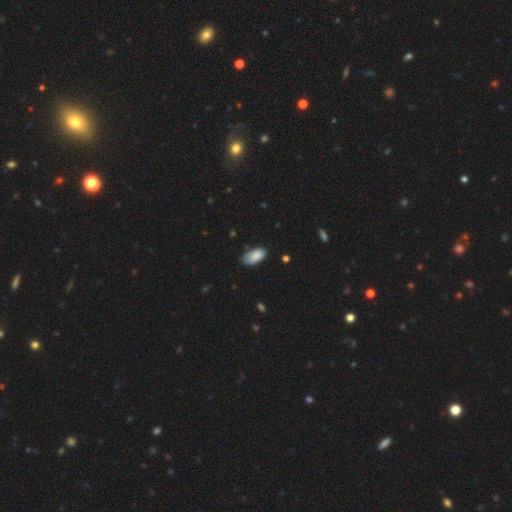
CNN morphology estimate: Smooth or featured? smooth (83%)
How rounded? in between (94%)
Merging? none (59%)